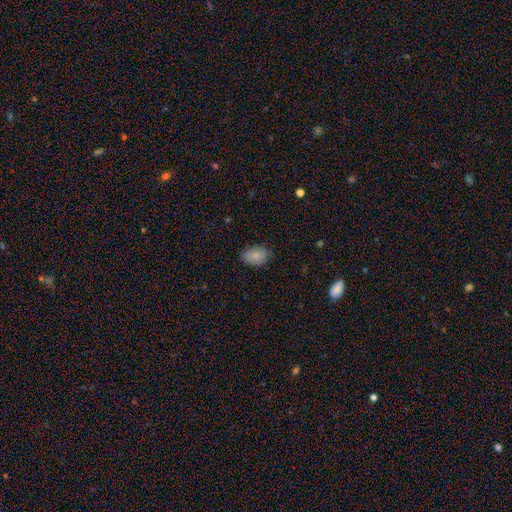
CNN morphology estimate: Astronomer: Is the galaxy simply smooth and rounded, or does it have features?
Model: smooth — 85%.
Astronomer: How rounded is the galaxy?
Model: in between — 79%.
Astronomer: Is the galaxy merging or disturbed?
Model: none — 79%.